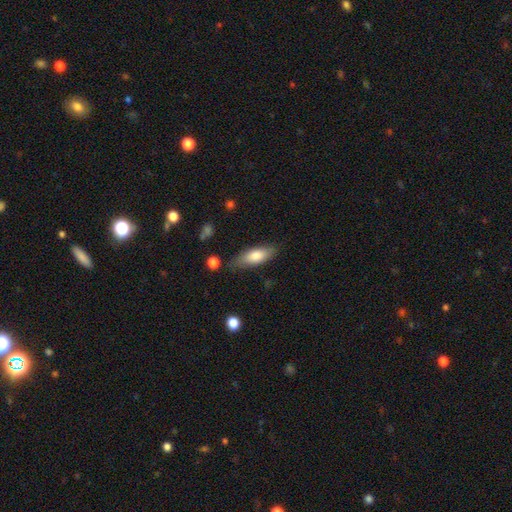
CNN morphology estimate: Q: Smooth or featured?
A: smooth (77%); runner-up: featured or disk (17%)
Q: How rounded?
A: in between (70%); runner-up: cigar-shaped (28%)
Q: Merging?
A: none (78%); runner-up: minor disturbance (16%)